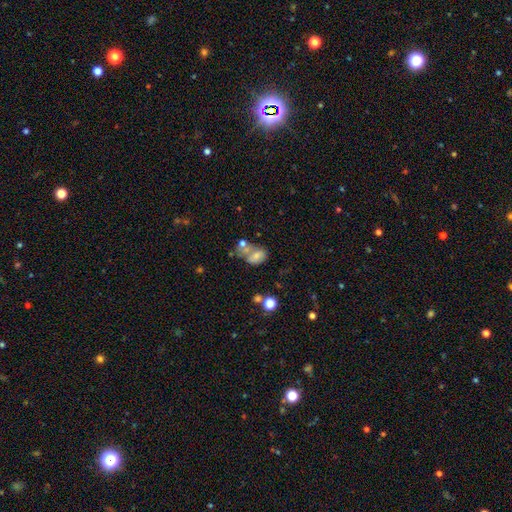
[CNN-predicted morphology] A smooth galaxy with no disk features (60%) that is in between round and cigar-shaped (78%).

Vote fractions:
- Smooth or featured? smooth: 60% / featured or disk: 28% / star or artifact: 13%
- How rounded? in between: 78% / round: 20% / cigar-shaped: 1%
- Merging? merger: 42% / none: 23% / major disturbance: 18% / minor disturbance: 17%